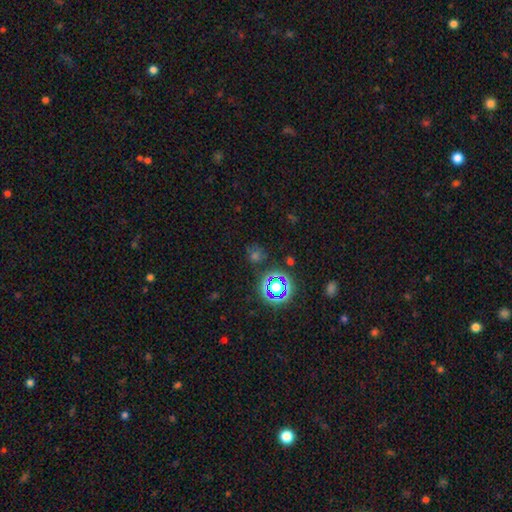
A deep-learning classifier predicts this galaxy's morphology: This is possibly a star or artifact rather than a galaxy (53%).